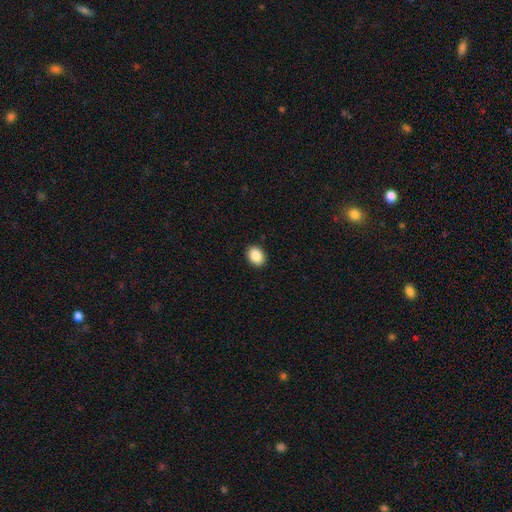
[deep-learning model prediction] A smooth galaxy with no disk features (87%) that is in between round and cigar-shaped (63%).

Vote fractions:
- Smooth or featured? smooth: 87% / star or artifact: 8% / featured or disk: 4%
- How rounded? in between: 63% / round: 36% / cigar-shaped: 1%
- Merging? none: 91% / minor disturbance: 7% / major disturbance: 2% / merger: 1%